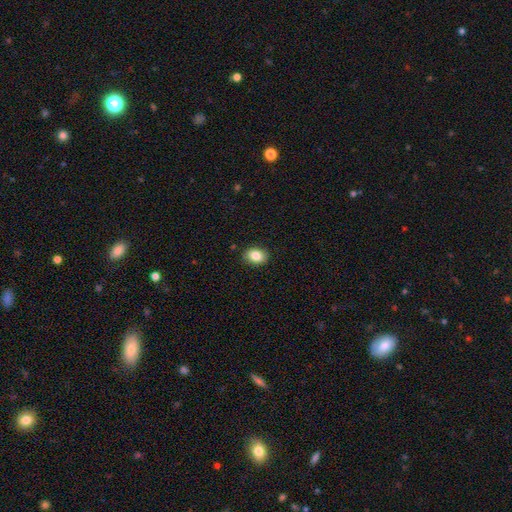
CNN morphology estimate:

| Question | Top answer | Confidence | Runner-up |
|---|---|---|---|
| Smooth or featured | smooth | 85% | star or artifact (8%) |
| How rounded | in between | 70% | round (29%) |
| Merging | none | 88% | minor disturbance (9%) |